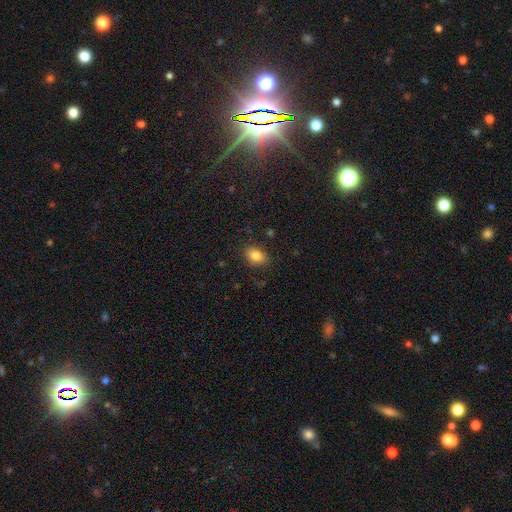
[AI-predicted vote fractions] Smooth or featured? Predicted: smooth (p=0.84). How rounded? Predicted: in between (p=0.85). Merging? Predicted: none (p=0.83).